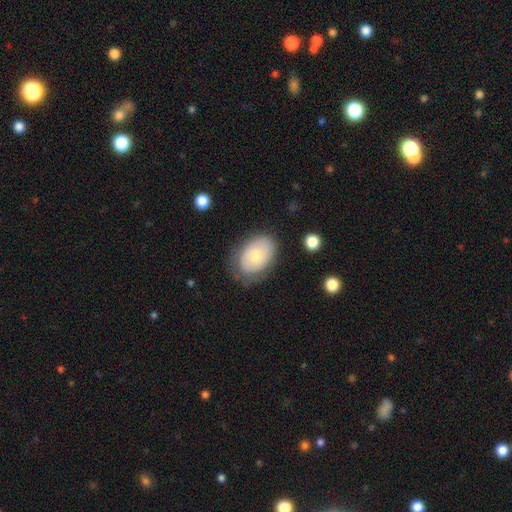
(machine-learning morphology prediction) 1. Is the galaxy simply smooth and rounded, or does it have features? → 66% smooth, 27% featured or disk, 7% star or artifact.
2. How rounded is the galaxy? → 83% in between, 16% round, 1% cigar-shaped.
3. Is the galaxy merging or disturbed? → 68% none, 23% minor disturbance, 8% major disturbance, 1% merger.